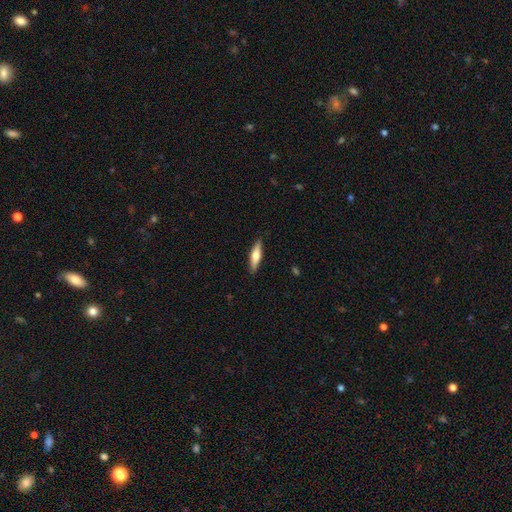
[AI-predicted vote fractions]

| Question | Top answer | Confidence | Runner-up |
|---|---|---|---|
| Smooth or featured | smooth | 58% | featured or disk (36%) |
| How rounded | cigar-shaped | 67% | in between (31%) |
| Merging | none | 89% | minor disturbance (9%) |